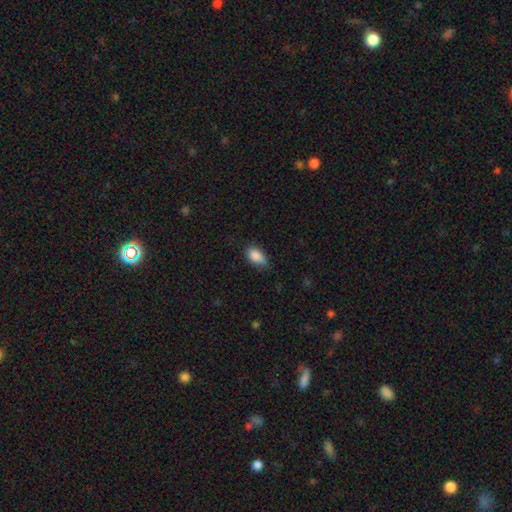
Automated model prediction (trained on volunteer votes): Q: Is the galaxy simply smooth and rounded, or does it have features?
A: smooth — 88%.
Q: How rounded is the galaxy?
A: in between — 90%.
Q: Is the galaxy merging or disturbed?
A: none — 67%.